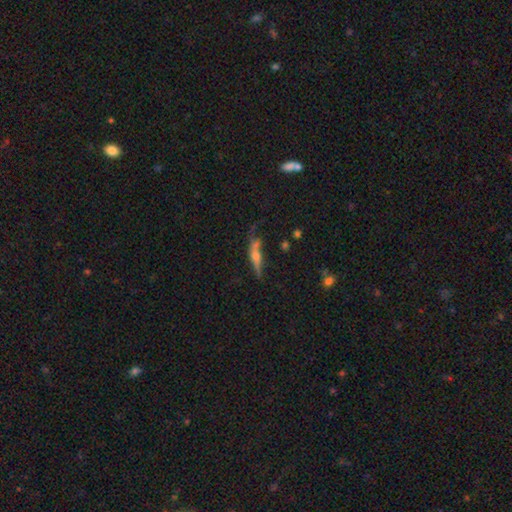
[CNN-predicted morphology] featured or disk 61%, smooth 28%, star or artifact 11%. Down the decision tree: edge-on disk — yes (90%); edge-on bulge — rounded (82%); merging — none (61%).